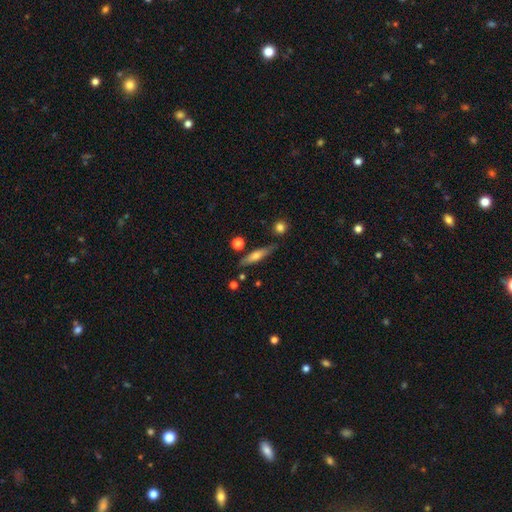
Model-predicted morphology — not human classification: smooth 57%, featured or disk 36%, star or artifact 7%. Down the decision tree: how rounded — cigar-shaped (75%); merging — none (78%).